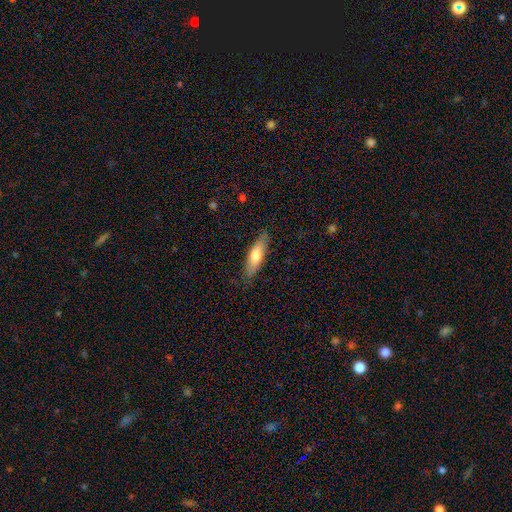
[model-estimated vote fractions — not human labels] smooth 69%, featured or disk 25%, star or artifact 6%. Down the decision tree: how rounded — cigar-shaped (57%); merging — none (84%).